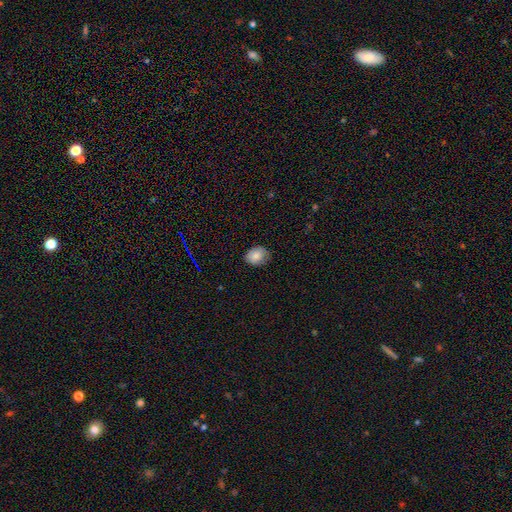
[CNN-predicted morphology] Smooth or featured: smooth — 81% (featured or disk — 10%)
How rounded: in between — 55% (round — 44%)
Merging: none — 75% (minor disturbance — 21%)